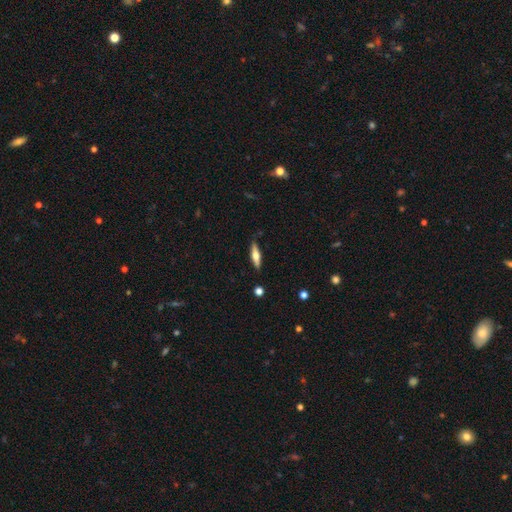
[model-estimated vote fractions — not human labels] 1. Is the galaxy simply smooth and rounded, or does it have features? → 47% featured or disk (tied), 47% smooth (tied), 6% star or artifact.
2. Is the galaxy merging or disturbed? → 86% none, 10% minor disturbance, 2% major disturbance, 2% merger.